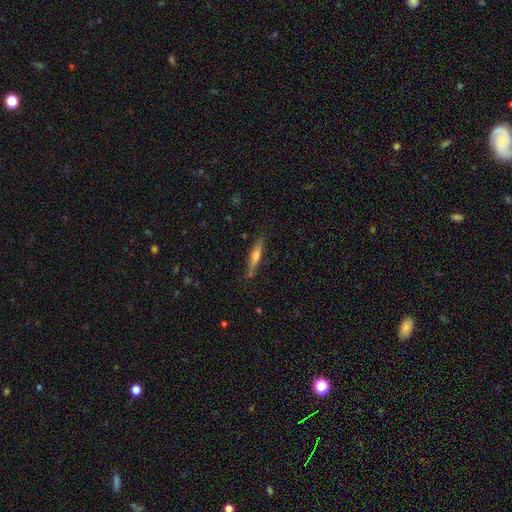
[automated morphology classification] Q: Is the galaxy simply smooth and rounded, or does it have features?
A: featured or disk — 60%.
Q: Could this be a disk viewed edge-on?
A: yes — 96%.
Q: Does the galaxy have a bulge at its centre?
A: rounded — 79%.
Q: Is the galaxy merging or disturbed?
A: none — 86%.